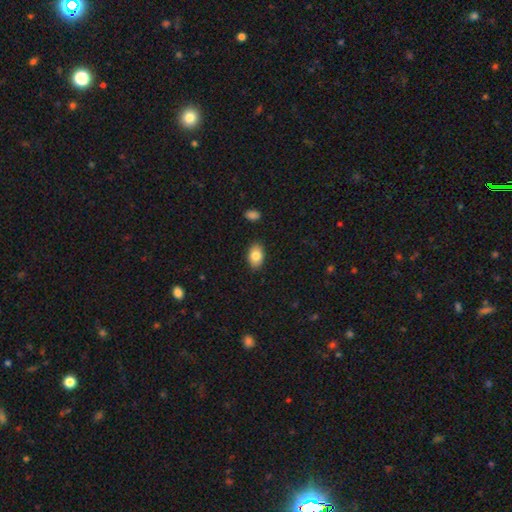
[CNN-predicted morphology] Smooth or featured? Predicted: smooth (p=0.83). How rounded? Predicted: in between (p=0.88). Merging? Predicted: none (p=0.87).